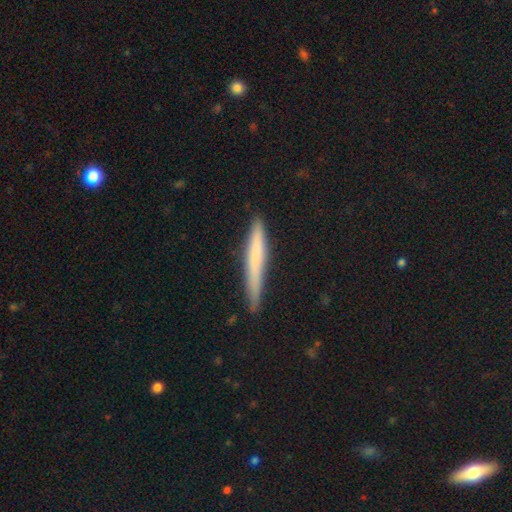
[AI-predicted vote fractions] Smooth or featured? smooth (66%)
How rounded? cigar-shaped (95%)
Merging? none (77%)